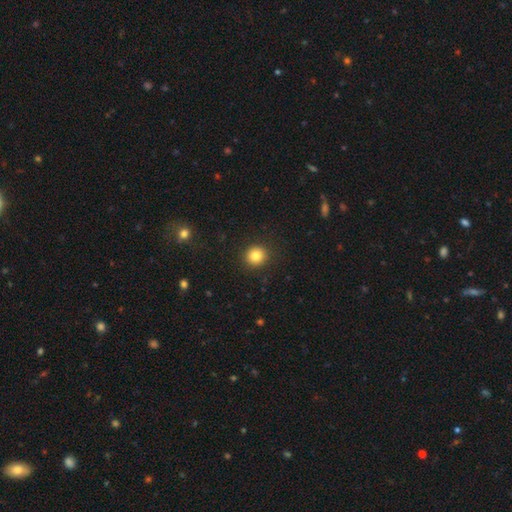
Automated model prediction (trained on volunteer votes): Morphology: type=smooth (84%); roundness=round (90%); merging=none (91%).